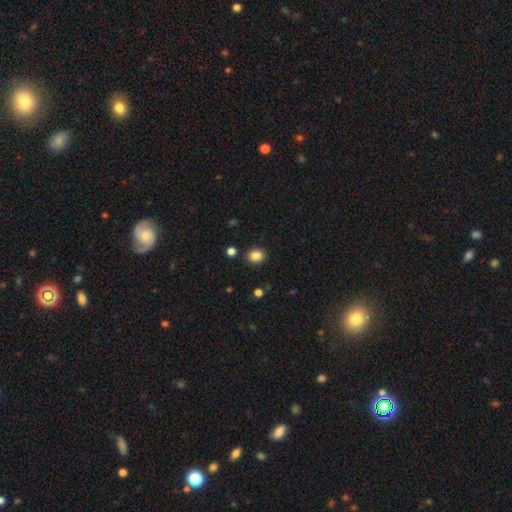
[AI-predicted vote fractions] A smooth galaxy with no disk features (86%) that is round (58%). Merging: none (87%).